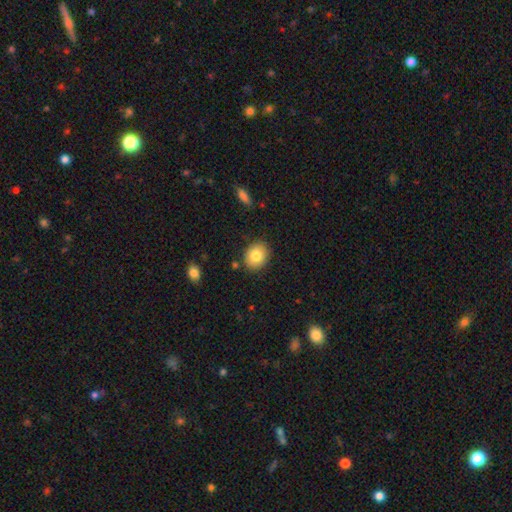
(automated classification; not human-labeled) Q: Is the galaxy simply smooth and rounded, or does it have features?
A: smooth — 81%.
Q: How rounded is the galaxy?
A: round — 53%.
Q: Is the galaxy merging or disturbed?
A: none — 86%.